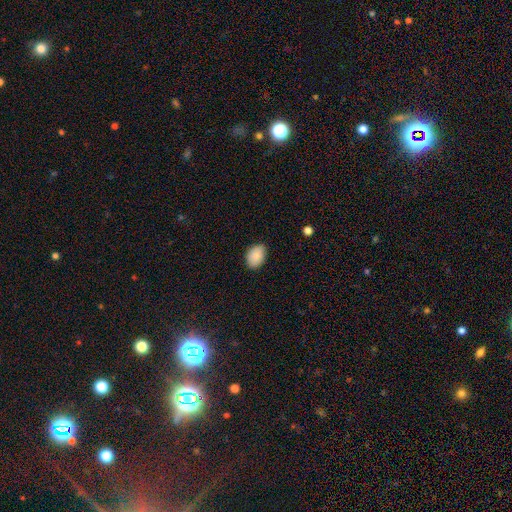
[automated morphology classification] Smooth or featured? smooth (88%)
How rounded? in between (79%)
Merging? none (84%)